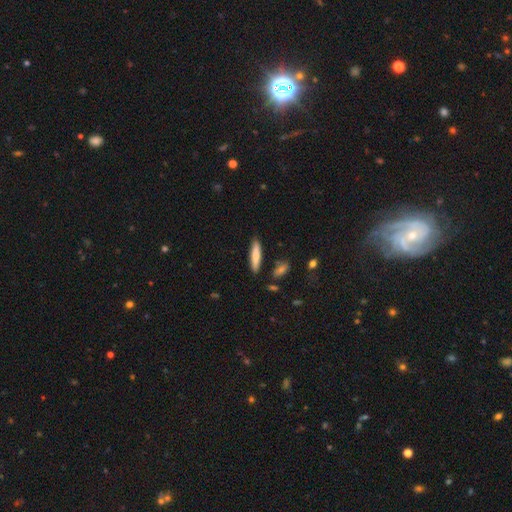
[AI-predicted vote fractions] smooth 77%, featured or disk 17%, star or artifact 6%. Down the decision tree: how rounded — cigar-shaped (82%); merging — none (86%).